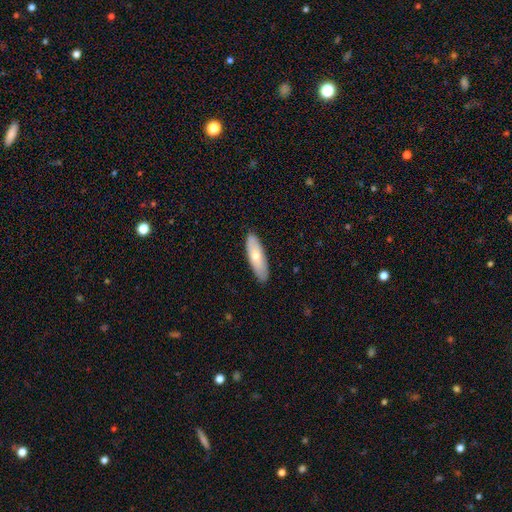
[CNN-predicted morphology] Smooth or featured? Predicted: smooth (p=0.67). How rounded? Predicted: in between (p=0.51). Merging? Predicted: none (p=0.87).